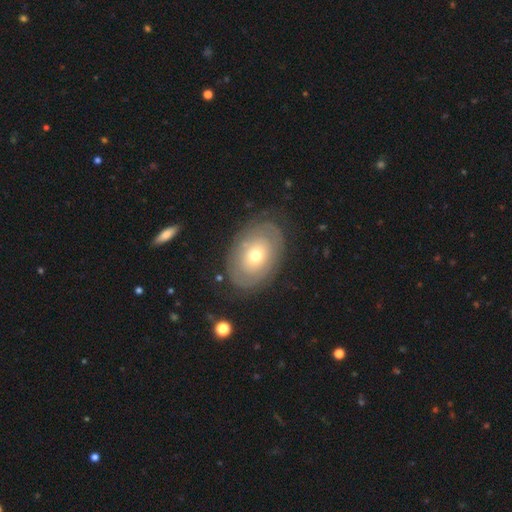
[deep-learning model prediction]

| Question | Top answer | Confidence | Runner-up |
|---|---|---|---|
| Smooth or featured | featured or disk | 50% | smooth (42%) |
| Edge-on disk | no | 92% | yes (8%) |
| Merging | none | 77% | minor disturbance (15%) |